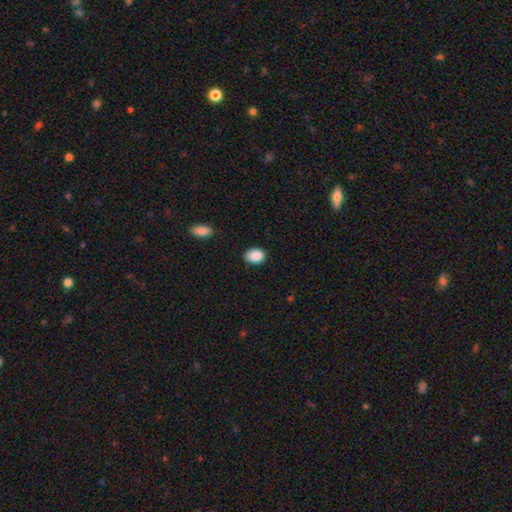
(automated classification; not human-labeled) Smooth or featured? smooth (89%)
How rounded? in between (64%)
Merging? none (82%)